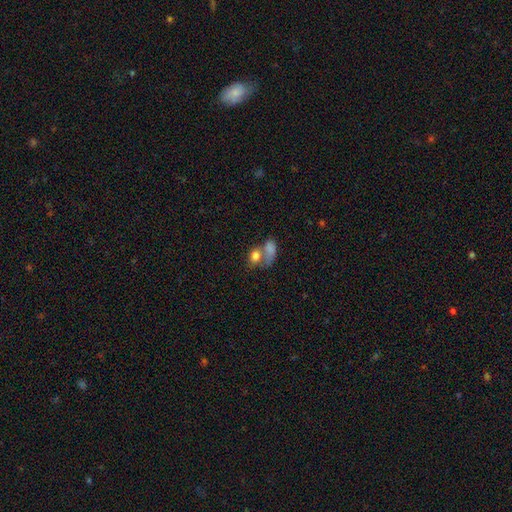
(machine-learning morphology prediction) Overall: smooth (78%). How rounded: in between (67%; round 31%). Merging: merger (54%; none 26%).